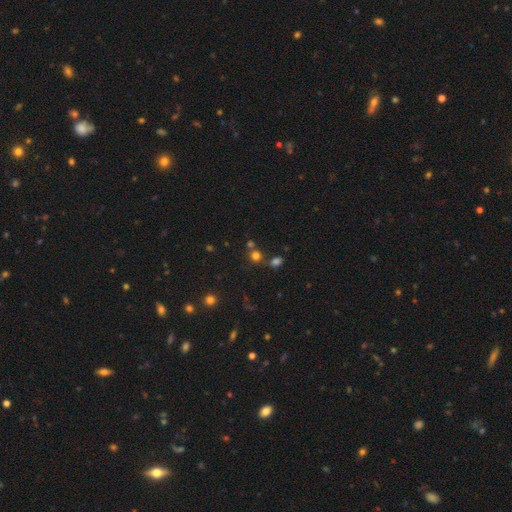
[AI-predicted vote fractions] Smooth or featured? smooth (69%)
How rounded? round (86%)
Merging? none (64%)